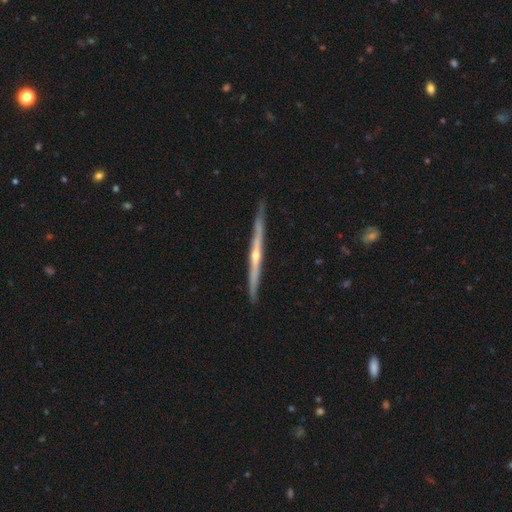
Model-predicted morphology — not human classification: Overall: featured or disk (83%). Edge-on disk: yes (98%). Edge-on bulge: rounded (79%). Merging: none (90%).